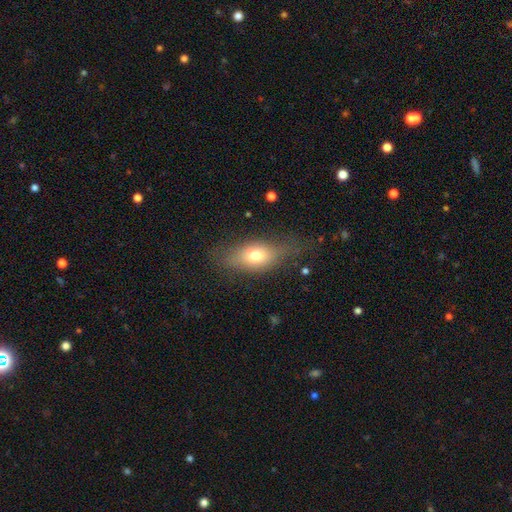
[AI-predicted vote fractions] Smooth or featured? Predicted: smooth (p=0.68). How rounded? Predicted: in between (p=0.77). Merging? Predicted: none (p=0.62).